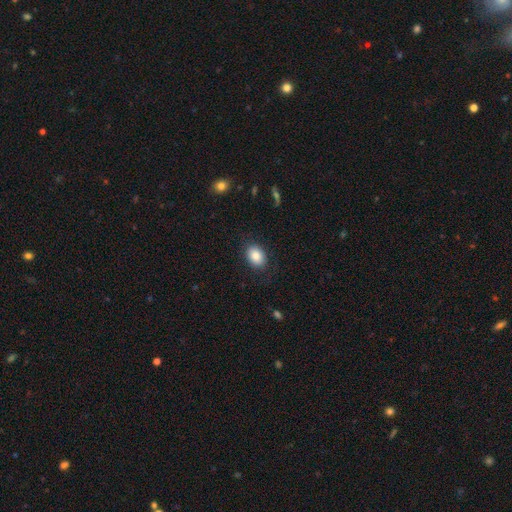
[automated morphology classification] smooth 85%, star or artifact 8%, featured or disk 7%. Down the decision tree: how rounded — in between (70%); merging — none (84%).